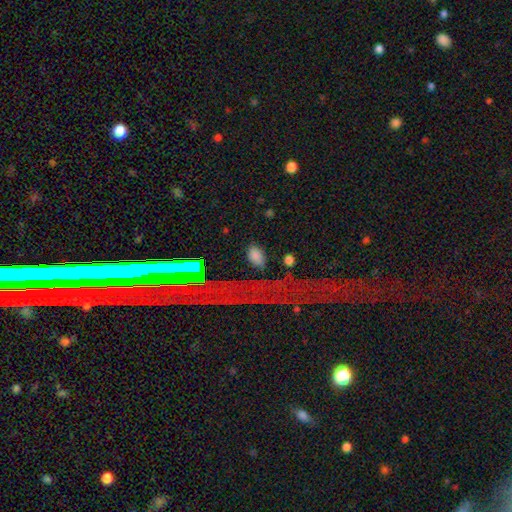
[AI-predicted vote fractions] Morphology: type=smooth (76%); roundness=in between (85%); merging=none (74%).